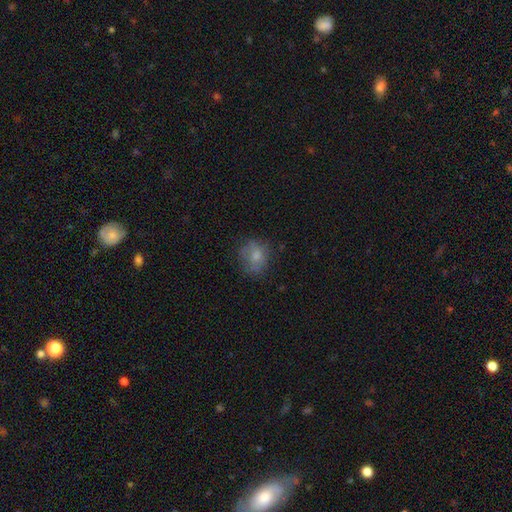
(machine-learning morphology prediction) type=smooth (72%); roundness=round (63%); merging=none (63%).